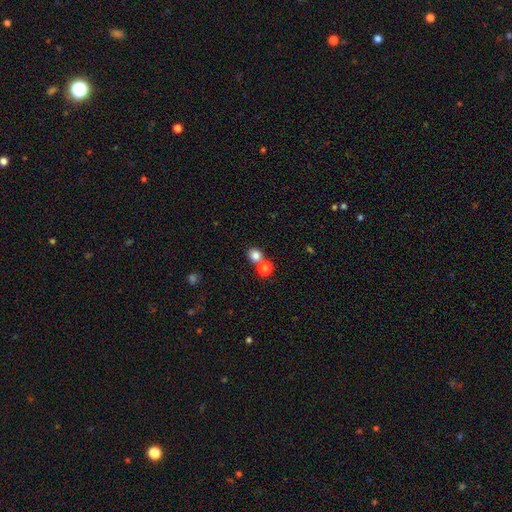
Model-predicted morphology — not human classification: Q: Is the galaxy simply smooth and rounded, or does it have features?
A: smooth — 81%.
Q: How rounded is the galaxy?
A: round — 84%.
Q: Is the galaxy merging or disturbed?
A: none — 60%.